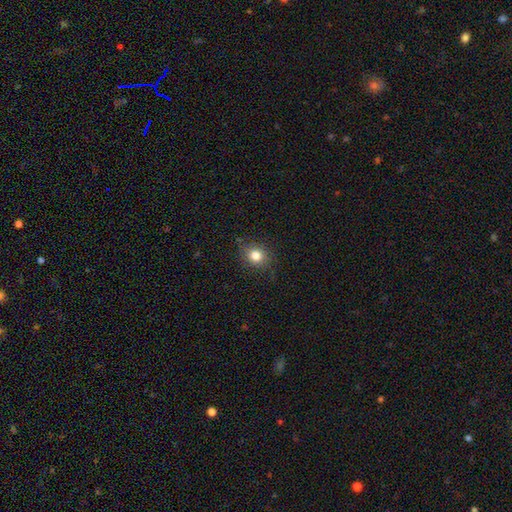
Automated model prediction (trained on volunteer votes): Smooth or featured? smooth (81%)
How rounded? round (74%)
Merging? none (83%)